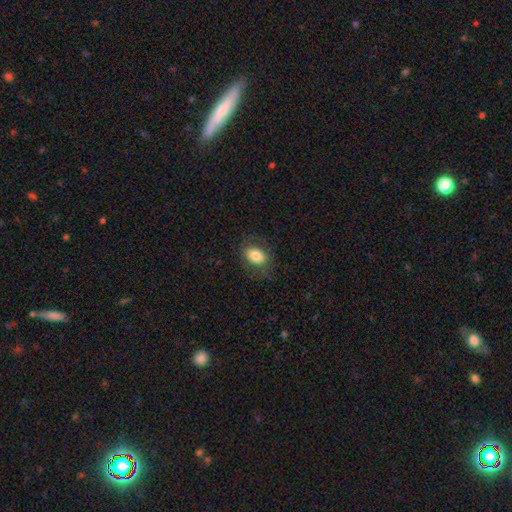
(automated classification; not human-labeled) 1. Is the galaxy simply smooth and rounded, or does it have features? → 77% smooth, 14% featured or disk, 8% star or artifact.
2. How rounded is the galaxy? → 73% in between, 26% round, 1% cigar-shaped.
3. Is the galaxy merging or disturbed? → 78% none, 14% minor disturbance, 7% major disturbance, 1% merger.